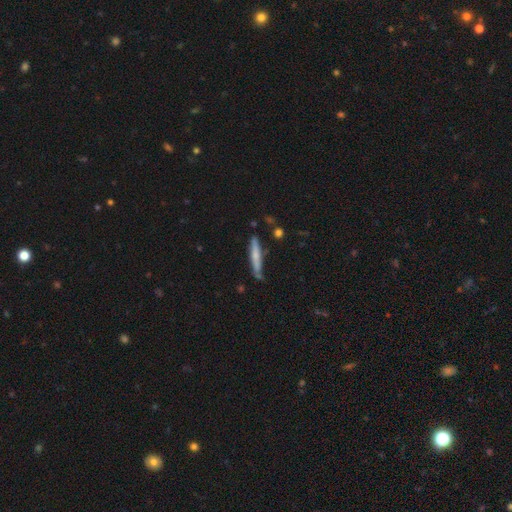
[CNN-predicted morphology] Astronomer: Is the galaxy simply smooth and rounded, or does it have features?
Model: smooth — 62%.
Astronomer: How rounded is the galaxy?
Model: cigar-shaped — 92%.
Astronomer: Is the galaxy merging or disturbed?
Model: none — 75%.